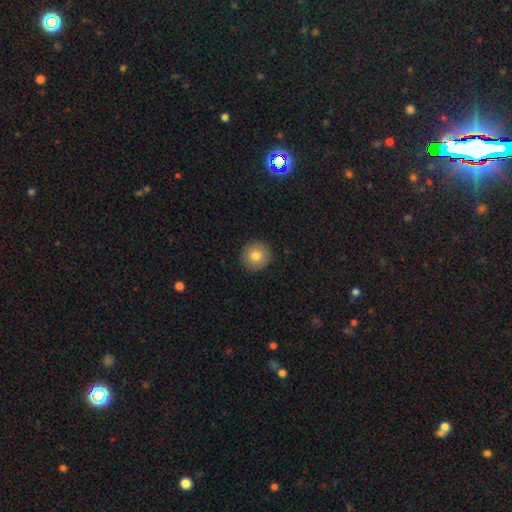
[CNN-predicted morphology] A smooth galaxy with no disk features (80%) that is round (96%). Merging: none (92%).